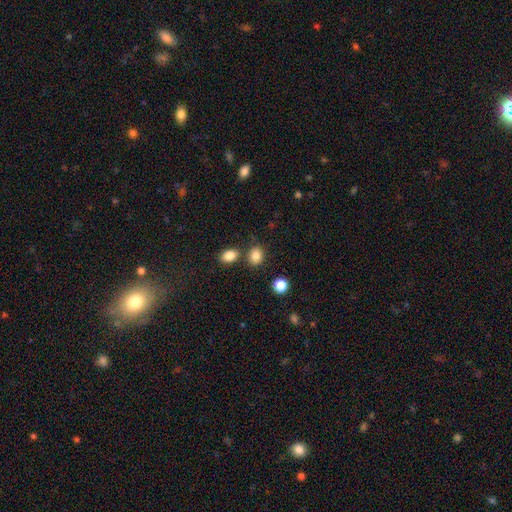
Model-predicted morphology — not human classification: Smooth or featured: smooth — 84% (star or artifact — 11%)
How rounded: round — 55% (in between — 44%)
Merging: none — 72% (merger — 14%)